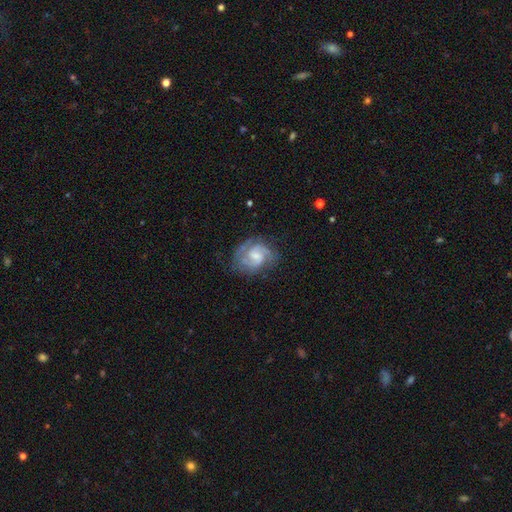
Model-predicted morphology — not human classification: This appears to be a featured or disk galaxy (84%) with a weak bar (54%), 2 (70%) medium (51%) spiral arms (96%) and a small central bulge (40%). Merging: none (69%).